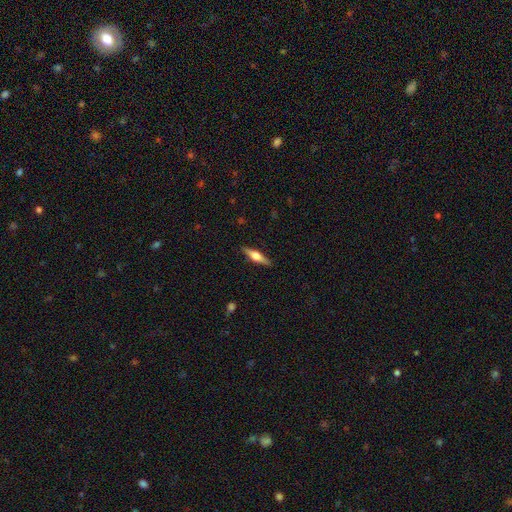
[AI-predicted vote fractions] The model was most divided on "smooth or featured": featured or disk: 61%, smooth: 33%, star or artifact: 6%. More confident: edge-on disk — yes (96%); edge-on bulge — rounded (91%); merging — none (89%).